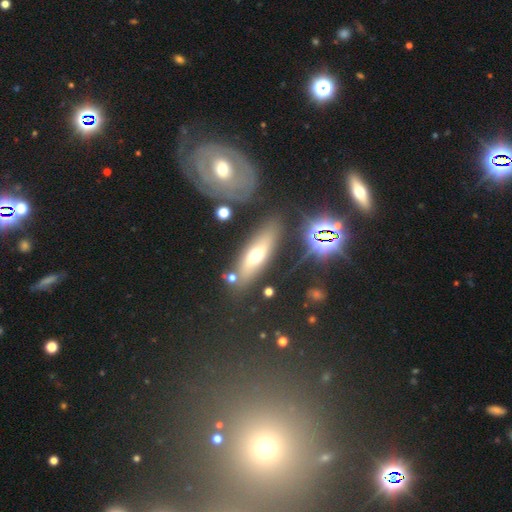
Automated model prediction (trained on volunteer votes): Smooth or featured? smooth (50%)
Merging? none (75%)